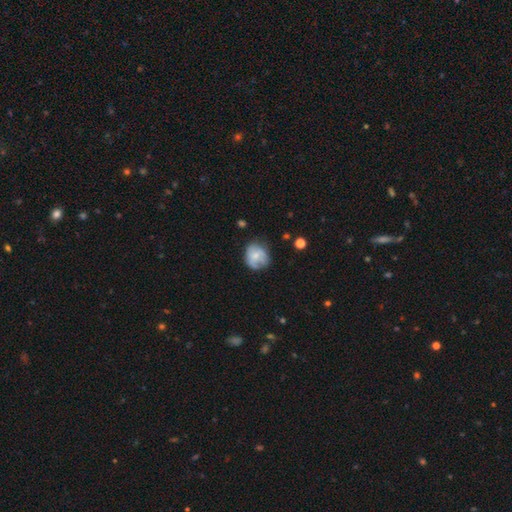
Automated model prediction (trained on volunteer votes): Smooth or featured: smooth — 58% (featured or disk — 33%)
How rounded: round — 69% (in between — 30%)
Merging: none — 54% (minor disturbance — 30%)